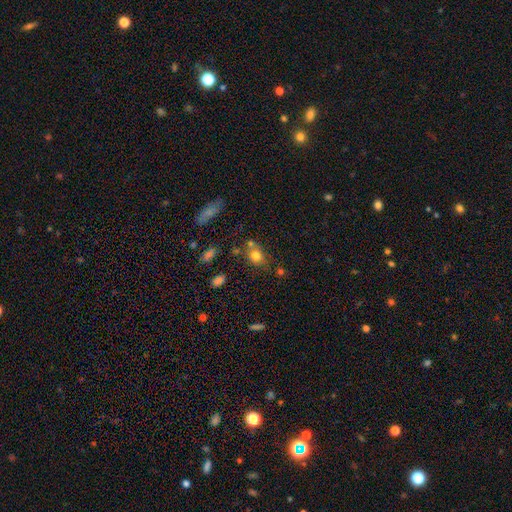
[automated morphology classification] Smooth or featured: smooth — 78% (star or artifact — 12%)
How rounded: round — 60% (in between — 38%)
Merging: none — 59% (merger — 18%)